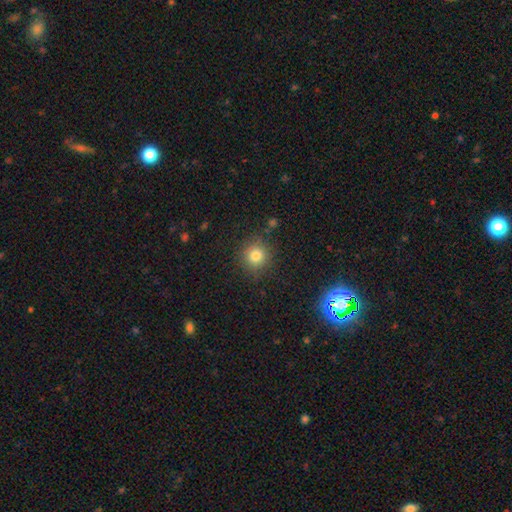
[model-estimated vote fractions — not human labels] Smooth or featured: smooth — 80% (star or artifact — 13%)
How rounded: round — 92% (in between — 7%)
Merging: none — 85% (minor disturbance — 9%)